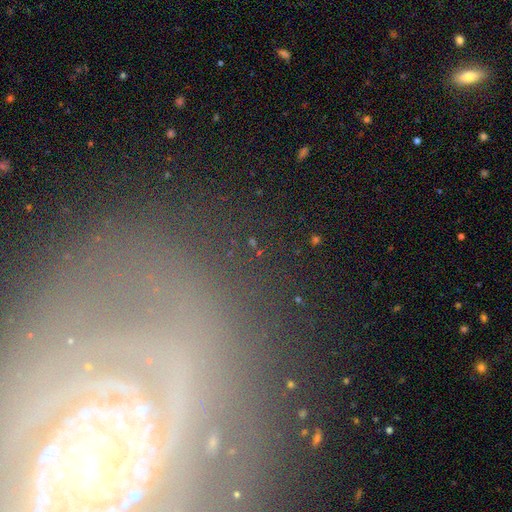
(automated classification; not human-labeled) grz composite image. It shows a featured or disk galaxy (64%) with no bar (52%), spiral arms (79%) and a small central bulge (51%). Merging: none (74%).